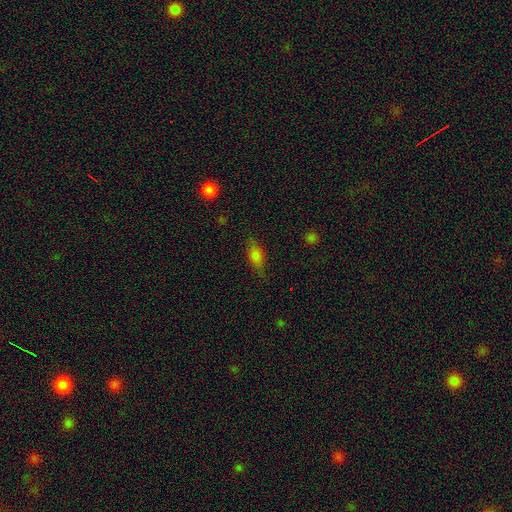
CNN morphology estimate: smooth 75%, featured or disk 14%, star or artifact 11%. Down the decision tree: how rounded — in between (81%); merging — none (73%).